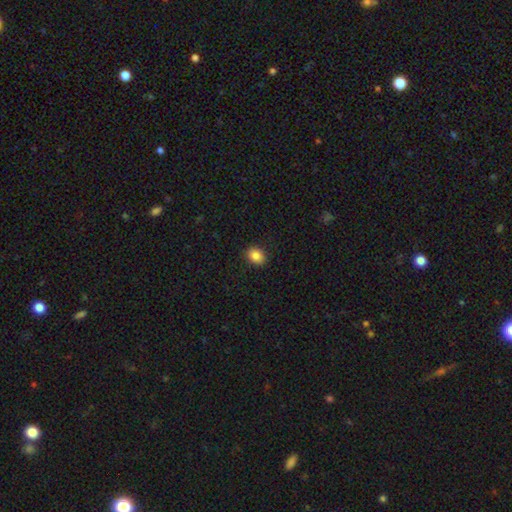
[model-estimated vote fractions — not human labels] Smooth or featured? Predicted: smooth (p=0.85). How rounded? Predicted: in between (p=0.55). Merging? Predicted: none (p=0.90).